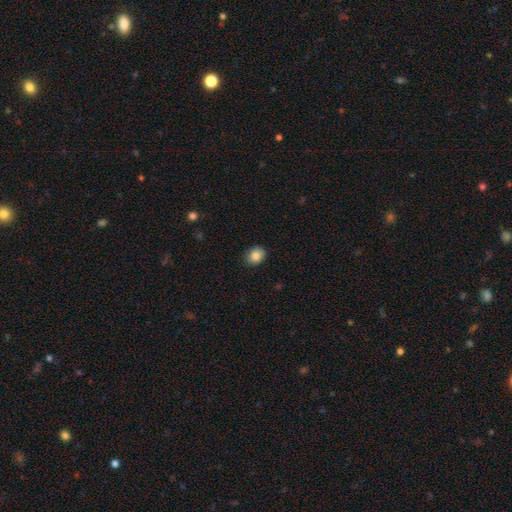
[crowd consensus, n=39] Q: Smooth or featured?
A: smooth (97%); runner-up: featured or disk (3%)
Q: How rounded?
A: round (71%); runner-up: in between (29%)
Q: Merging?
A: none (74%); runner-up: minor disturbance (18%)